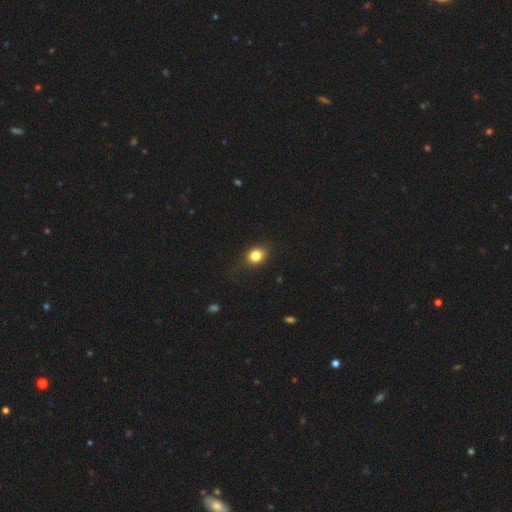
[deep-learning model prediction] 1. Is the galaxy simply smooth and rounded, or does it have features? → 82% smooth, 11% star or artifact, 7% featured or disk.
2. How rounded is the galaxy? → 53% round, 46% in between, 1% cigar-shaped.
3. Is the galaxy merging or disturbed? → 82% none, 13% minor disturbance, 4% major disturbance, 1% merger.